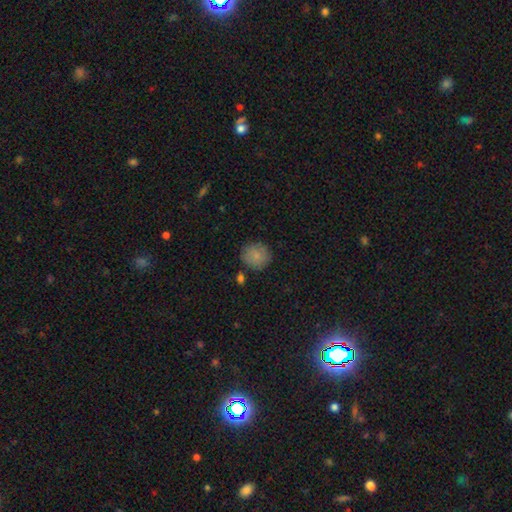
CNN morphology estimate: Smooth or featured? Predicted: smooth (p=0.84). How rounded? Predicted: round (p=0.87). Merging? Predicted: none (p=0.79).